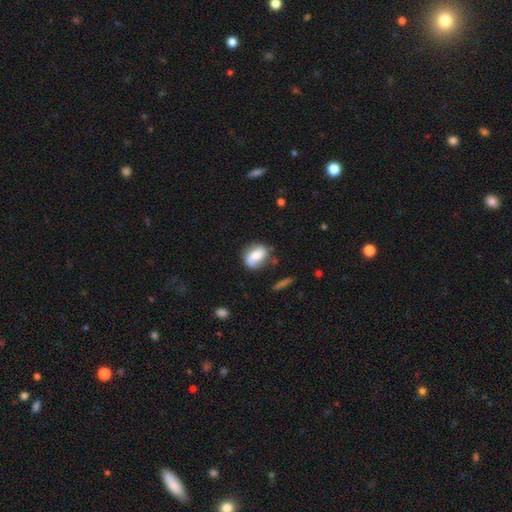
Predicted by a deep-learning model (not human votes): smooth-or-featured: smooth: 56% | featured or disk: 36% | star or artifact: 8%
  how-rounded: in between: 66% | round: 31% | cigar-shaped: 2%
  merging: none: 64% | minor disturbance: 24% | major disturbance: 8% | merger: 4%